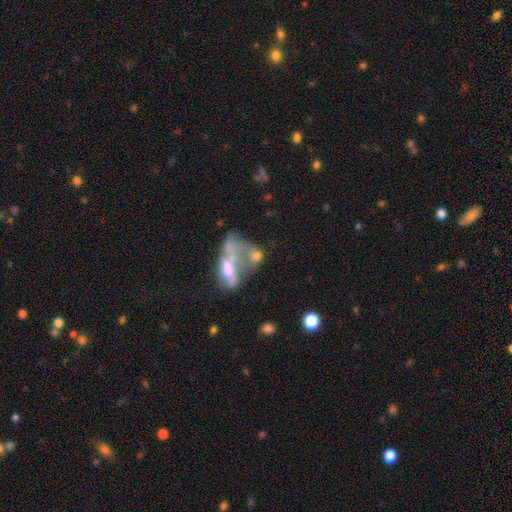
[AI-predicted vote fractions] smooth-or-featured: smooth: 48% | featured or disk: 39% | star or artifact: 13%
  merging: merger: 58% | major disturbance: 21% | none: 13% | minor disturbance: 7%